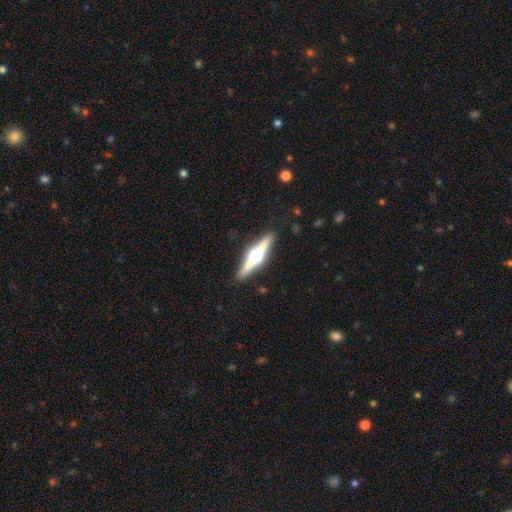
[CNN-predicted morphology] smooth_or_featured: featured or disk (p=0.76) [alt: smooth p=0.19]
disk_edge_on: yes (p=0.98) [alt: no p=0.02]
edge_on_bulge: rounded (p=0.94) [alt: boxy p=0.04]
merging: none (p=0.90) [alt: minor disturbance p=0.07]